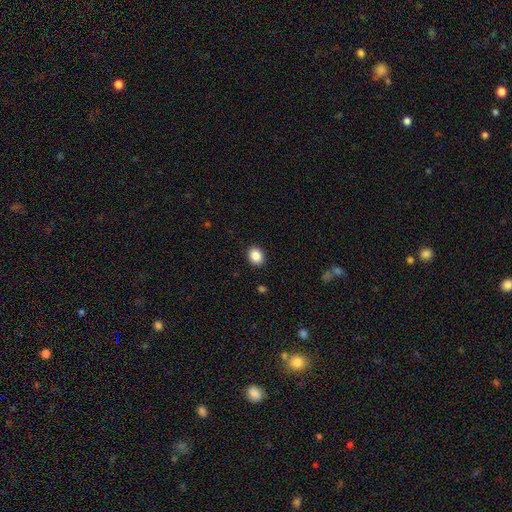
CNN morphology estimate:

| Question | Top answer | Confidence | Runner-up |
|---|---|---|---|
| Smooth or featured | smooth | 87% | star or artifact (9%) |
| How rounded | in between | 51% | round (49%) |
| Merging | none | 90% | minor disturbance (7%) |